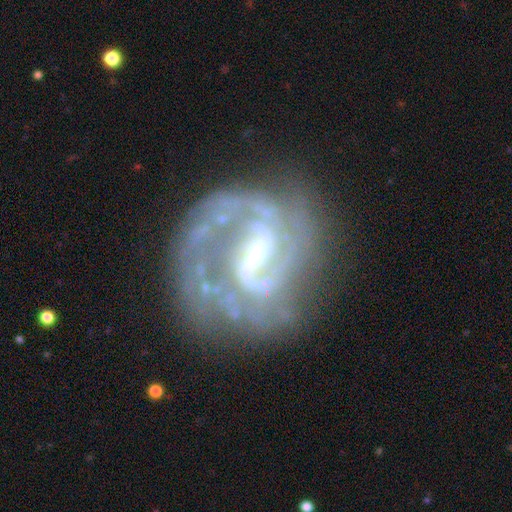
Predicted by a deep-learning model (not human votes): Smooth or featured? Predicted: featured or disk (p=0.90). Edge-on disk? Predicted: no (p=0.98). Bar? Predicted: weak (p=0.47). Spiral arms? Predicted: yes (p=0.96). Spiral winding? Predicted: medium (p=0.49). Spiral arm count? Predicted: 2 (p=0.66). Bulge size? Predicted: small (p=0.57). Merging? Predicted: none (p=0.62).